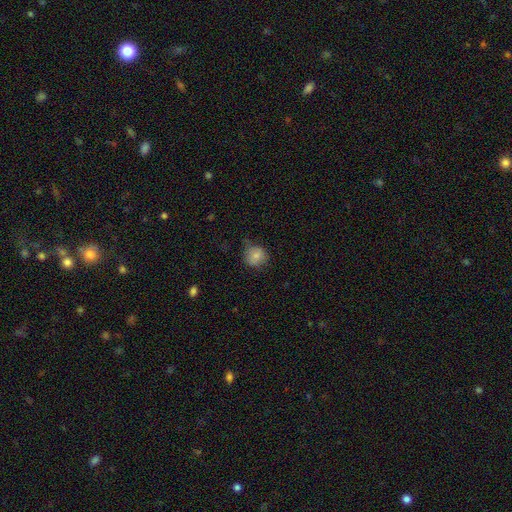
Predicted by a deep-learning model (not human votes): Smooth or featured?
  - smooth: 80% *
  - star or artifact: 10%
  - featured or disk: 9%
How rounded?
  - round: 85% *
  - in between: 14%
  - cigar-shaped: 1%
Merging?
  - none: 66% *
  - minor disturbance: 26%
  - major disturbance: 7%
  - merger: 2%